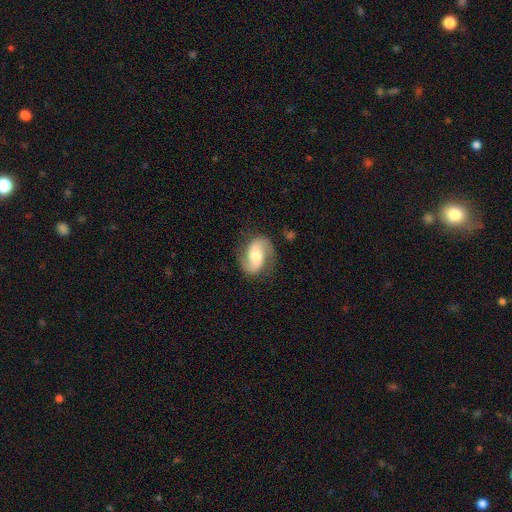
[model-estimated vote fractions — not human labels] smooth_or_featured: featured or disk (p=0.77) [alt: smooth p=0.17]
disk_edge_on: no (p=0.97) [alt: yes p=0.03]
bar: no (p=0.46) [alt: weak p=0.37]
has_spiral_arms: yes (p=0.95) [alt: no p=0.05]
spiral_winding: medium (p=0.44) [alt: loose p=0.40]
spiral_arm_count: 2 (p=0.92) [alt: can't tell p=0.03]
bulge_size: moderate (p=0.58) [alt: small p=0.22]
merging: none (p=0.78) [alt: minor disturbance p=0.15]